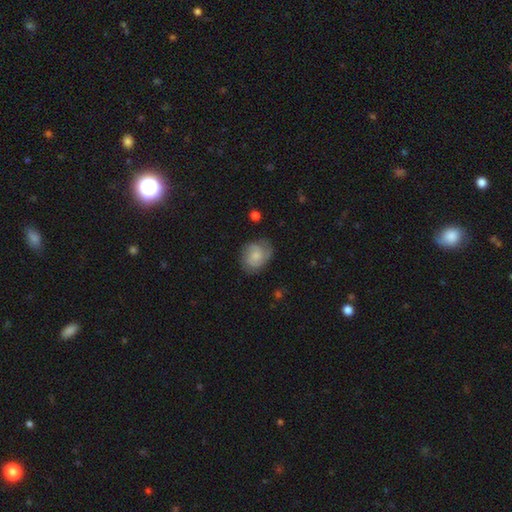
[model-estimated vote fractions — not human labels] A featured or disk galaxy (47%). Merging: none (65%).